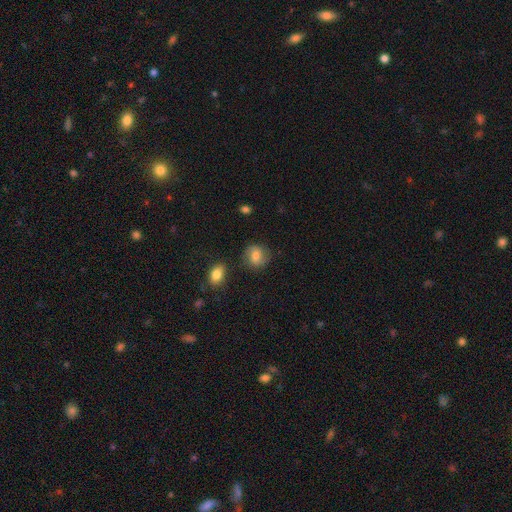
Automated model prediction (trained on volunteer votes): Smooth or featured: smooth — 67% (featured or disk — 24%)
How rounded: round — 73% (in between — 26%)
Merging: none — 78% (minor disturbance — 14%)